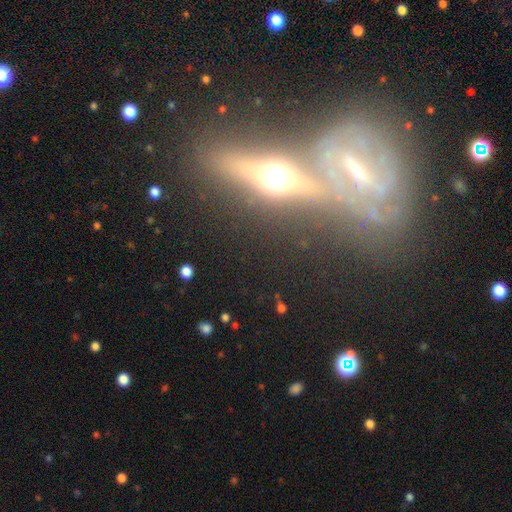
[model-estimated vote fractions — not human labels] The model was most divided on "merging": none: 49%, merger: 33%, minor disturbance: 11%, major disturbance: 7%. More confident: edge-on bulge — rounded (91%); edge-on disk — yes (78%); smooth or featured — featured or disk (73%).